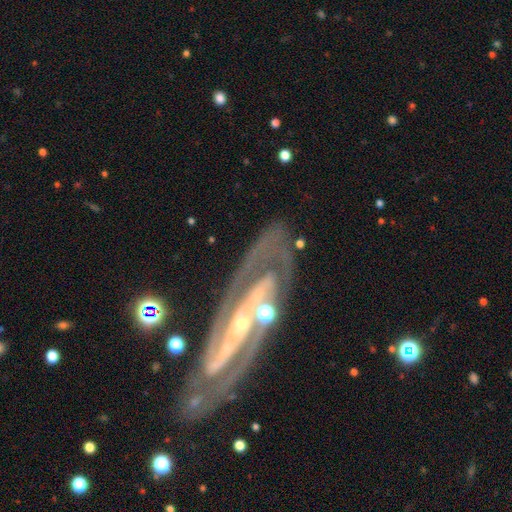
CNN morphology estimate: This is clearly a featured or disk galaxy (91%). It is clearly not viewed edge-on (93%). Bar: marginally strong (41%). Spiral arm pattern: clearly yes (98%). Spiral arm count: clearly 2 (87%). Spiral winding: possibly tight (48%). Central bulge: likely small (65%). Merging: likely none (75%).